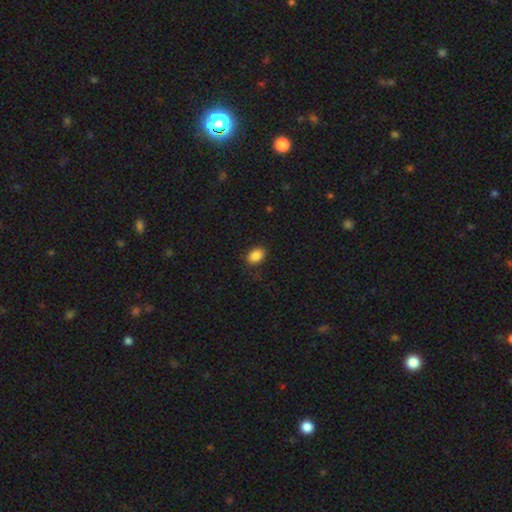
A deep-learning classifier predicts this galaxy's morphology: smooth_or_featured: smooth (p=0.87) [alt: star or artifact p=0.09]
how_rounded: in between (p=0.77) [alt: round p=0.22]
merging: none (p=0.84) [alt: minor disturbance p=0.12]